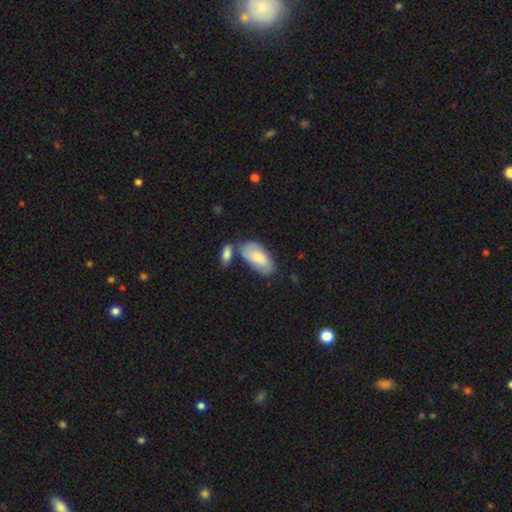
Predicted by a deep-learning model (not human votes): Smooth or featured: smooth — 76% (featured or disk — 19%)
How rounded: in between — 93% (cigar-shaped — 4%)
Merging: none — 54% (merger — 22%)